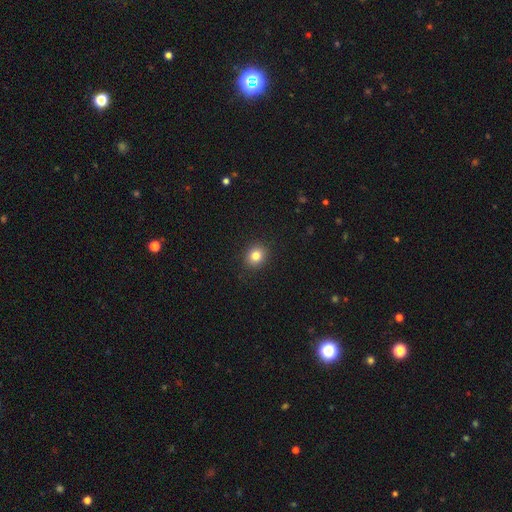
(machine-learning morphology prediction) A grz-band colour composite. It shows a smooth galaxy with no disk features (82%) that is round (74%). Merging: none (90%).